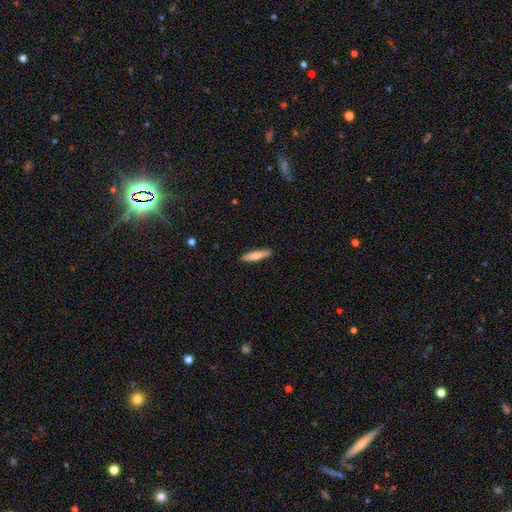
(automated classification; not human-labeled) Smooth or featured? Predicted: smooth (p=0.70). How rounded? Predicted: cigar-shaped (p=0.83). Merging? Predicted: none (p=0.90).